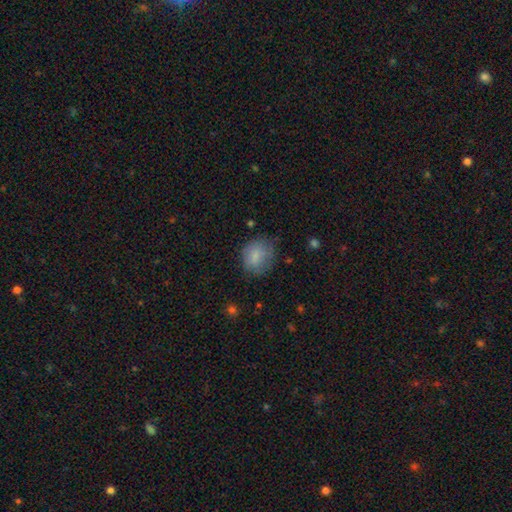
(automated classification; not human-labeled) smooth 80%, featured or disk 11%, star or artifact 9%. Down the decision tree: how rounded — round (65%); merging — none (66%).